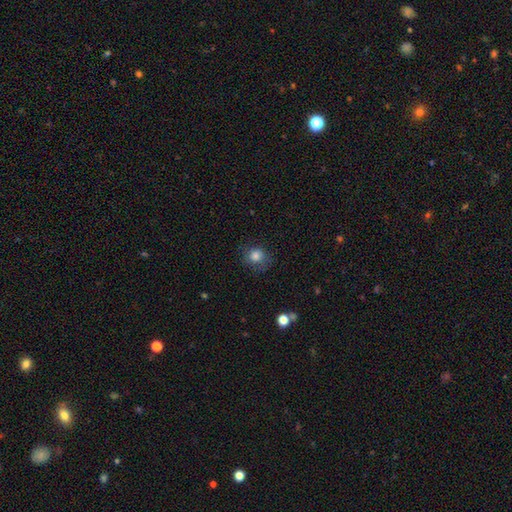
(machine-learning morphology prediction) Smooth or featured? Predicted: smooth (p=0.81). How rounded? Predicted: round (p=0.77). Merging? Predicted: none (p=0.71).